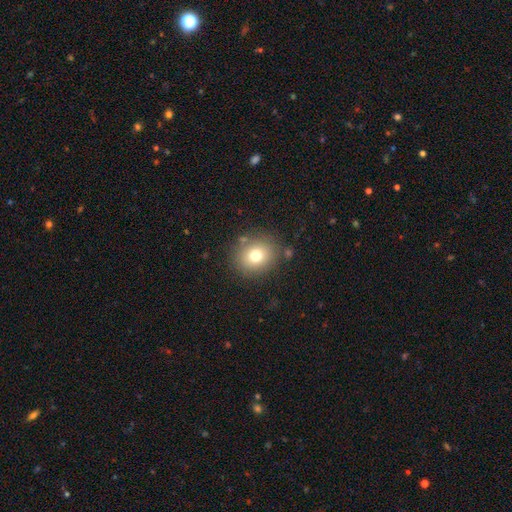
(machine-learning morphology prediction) type=smooth (75%); roundness=round (70%); merging=none (83%).